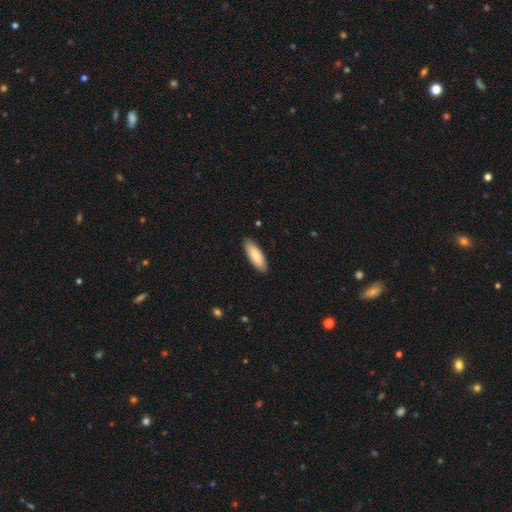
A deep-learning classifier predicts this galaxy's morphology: smooth-or-featured: smooth: 85% | featured or disk: 10% | star or artifact: 5%
  how-rounded: in between: 63% | cigar-shaped: 35% | round: 1%
  merging: none: 89% | minor disturbance: 8% | major disturbance: 2% | merger: 1%